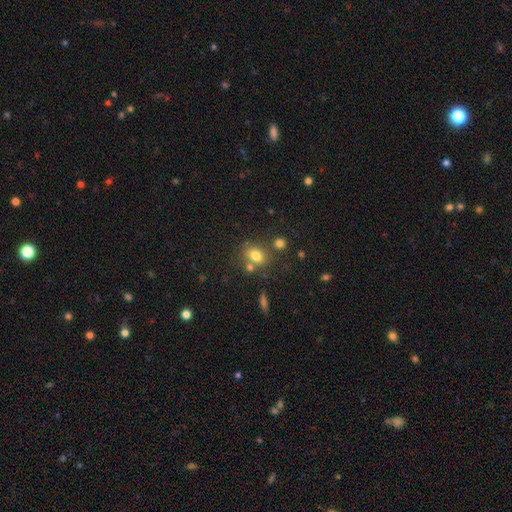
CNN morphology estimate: smooth 76%, star or artifact 13%, featured or disk 11%. Down the decision tree: how rounded — in between (64%); merging — none (62%).